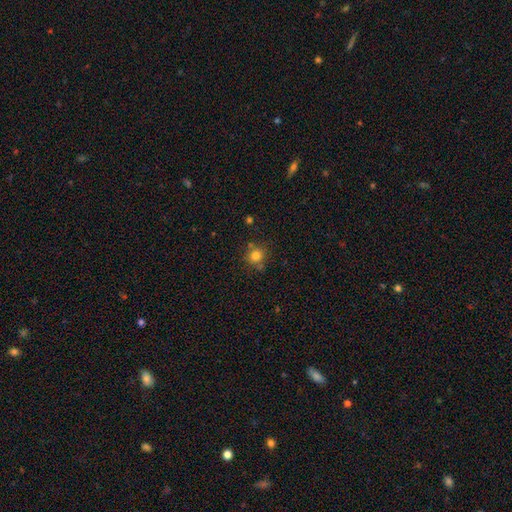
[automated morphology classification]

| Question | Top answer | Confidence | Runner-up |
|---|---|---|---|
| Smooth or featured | smooth | 80% | star or artifact (13%) |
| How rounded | round | 90% | in between (9%) |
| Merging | none | 75% | minor disturbance (12%) |